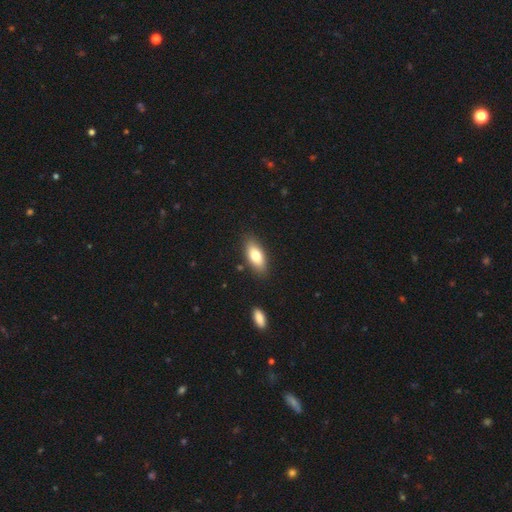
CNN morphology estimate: type=smooth (78%); roundness=in between (85%); merging=none (84%).